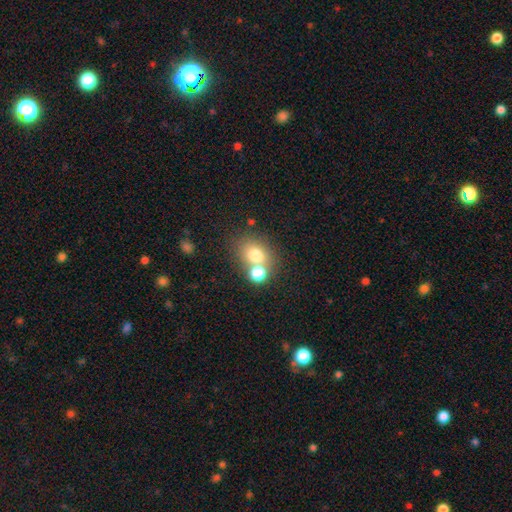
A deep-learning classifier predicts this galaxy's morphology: The model was most divided on "merging" (2-way tie): merger: 43%, none: 43%, minor disturbance: 9%, major disturbance: 4%. More confident: smooth or featured — smooth (74%); how rounded — round (57%).